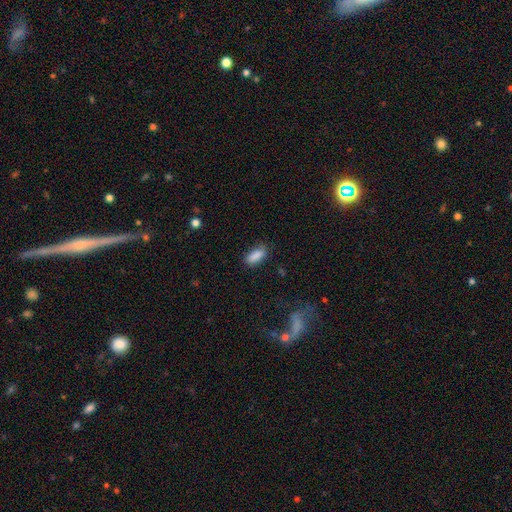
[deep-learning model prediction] Q: Smooth or featured?
A: smooth (87%); runner-up: star or artifact (8%)
Q: How rounded?
A: in between (74%); runner-up: cigar-shaped (24%)
Q: Merging?
A: none (81%); runner-up: minor disturbance (14%)